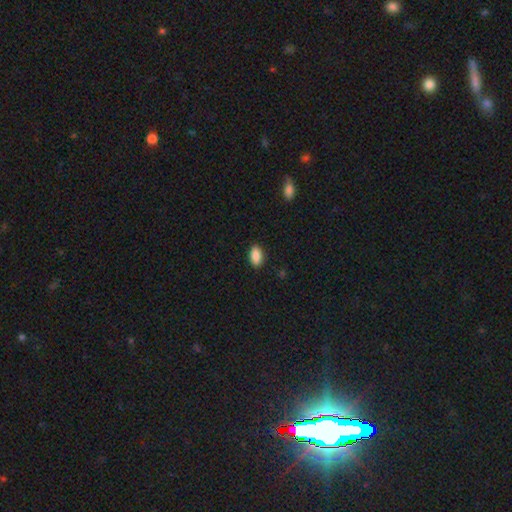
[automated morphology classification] smooth-or-featured: smooth: 89% | star or artifact: 7% | featured or disk: 3%
  how-rounded: in between: 92% | round: 4% | cigar-shaped: 4%
  merging: none: 89% | minor disturbance: 8% | major disturbance: 2% | merger: 1%